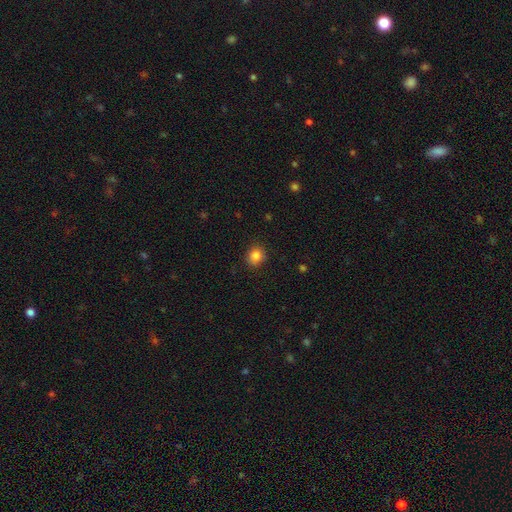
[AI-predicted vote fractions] A smooth galaxy with no disk features (85%) that is round (75%).

Vote fractions:
- Smooth or featured? smooth: 85% / star or artifact: 10% / featured or disk: 5%
- How rounded? round: 75% / in between: 25% / cigar-shaped: 1%
- Merging? none: 87% / minor disturbance: 10% / major disturbance: 2% / merger: 1%